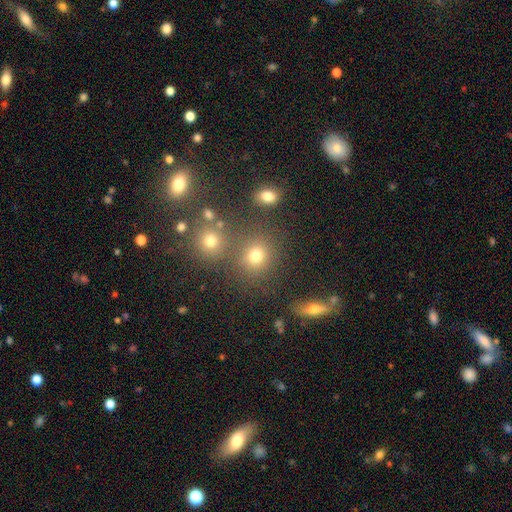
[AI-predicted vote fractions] Smooth or featured?
  - smooth: 75% *
  - star or artifact: 18%
  - featured or disk: 7%
How rounded?
  - round: 79% *
  - in between: 20%
  - cigar-shaped: 1%
Merging?
  - none: 71% *
  - merger: 15%
  - minor disturbance: 9%
  - major disturbance: 4%